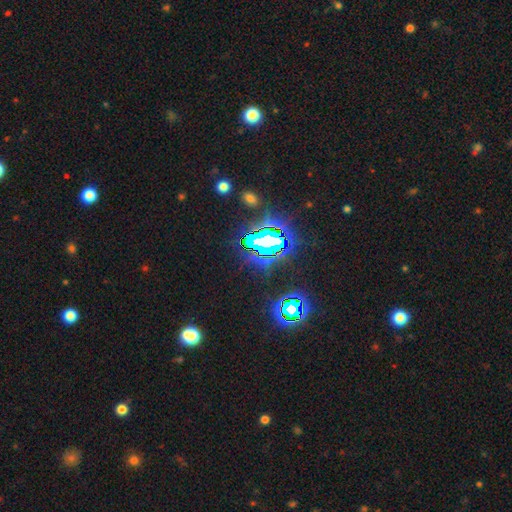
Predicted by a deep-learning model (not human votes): smooth_or_featured: star or artifact (p=0.84) [alt: smooth p=0.10]